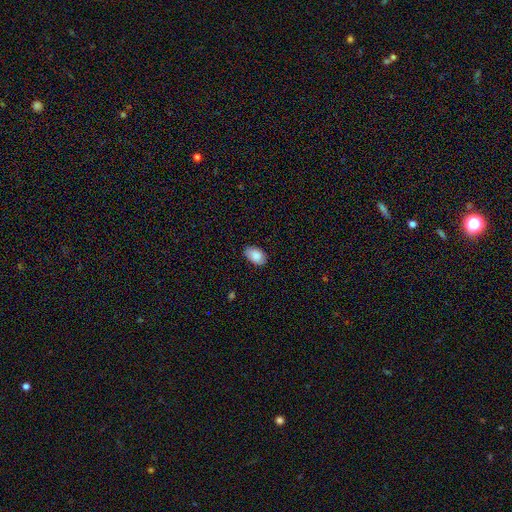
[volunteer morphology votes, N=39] A smooth galaxy with no disk features (97%) that is in between round and cigar-shaped (92%). Merging: none (95%).